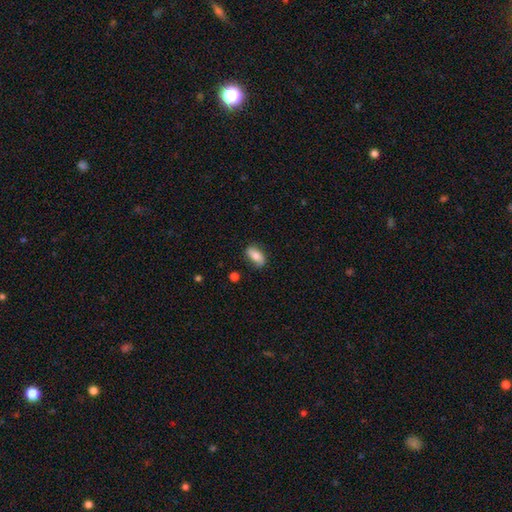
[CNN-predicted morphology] Q: Smooth or featured?
A: smooth (78%); runner-up: featured or disk (15%)
Q: How rounded?
A: in between (87%); runner-up: cigar-shaped (9%)
Q: Merging?
A: none (76%); runner-up: minor disturbance (18%)